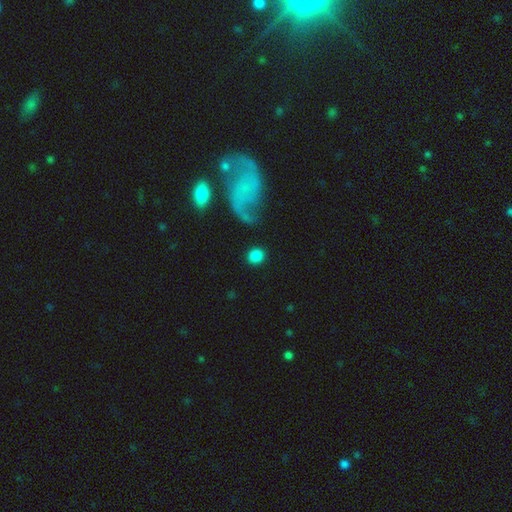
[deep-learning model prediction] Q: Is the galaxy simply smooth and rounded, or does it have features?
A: smooth — 84%.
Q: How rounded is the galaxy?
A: round — 84%.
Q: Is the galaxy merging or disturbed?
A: none — 85%.